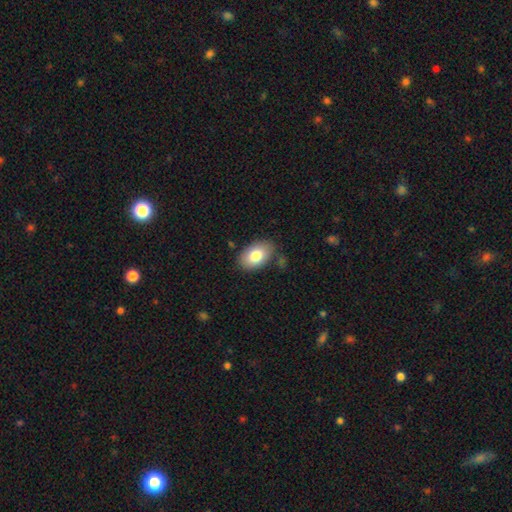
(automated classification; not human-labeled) Overall: smooth (80%). How rounded: in between (91%). Merging: none (79%).